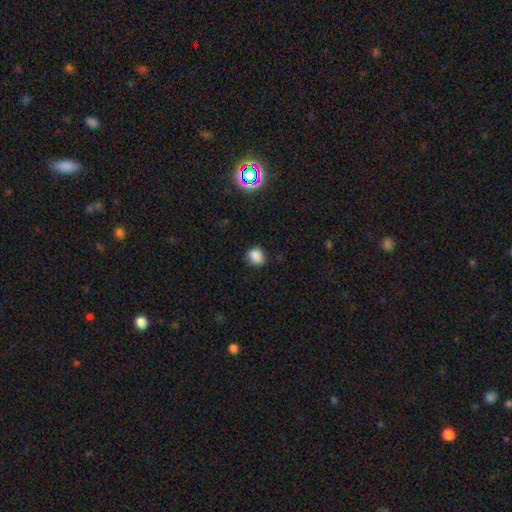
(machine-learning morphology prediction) Smooth or featured: smooth — 84% (star or artifact — 12%)
How rounded: round — 72% (in between — 27%)
Merging: none — 78% (minor disturbance — 17%)